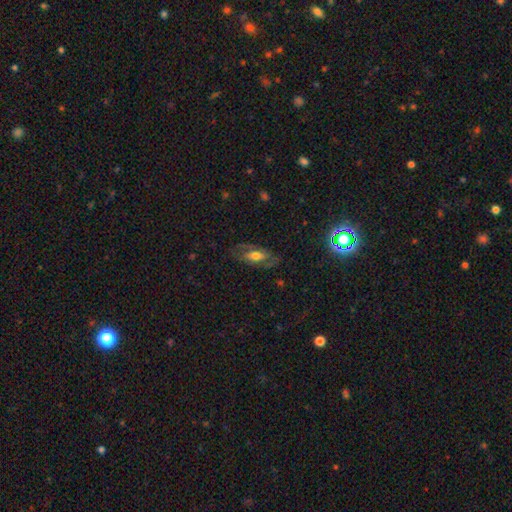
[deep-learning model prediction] Smooth or featured? featured or disk (51%)
Edge-on disk? no (76%)
Merging? none (72%)